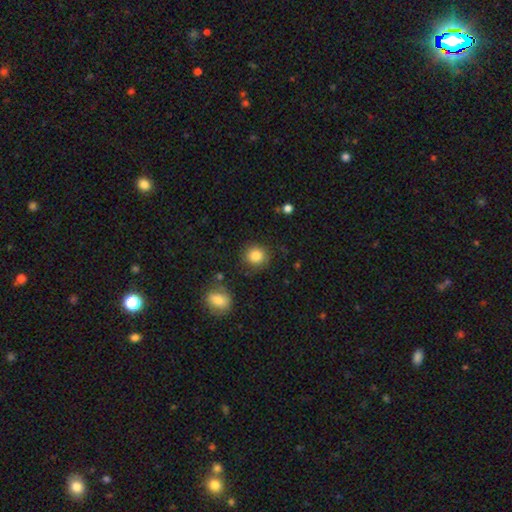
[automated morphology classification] The model was most divided on "smooth or featured": smooth: 85%, star or artifact: 10%, featured or disk: 5%. More confident: how rounded — round (89%); merging — none (86%).